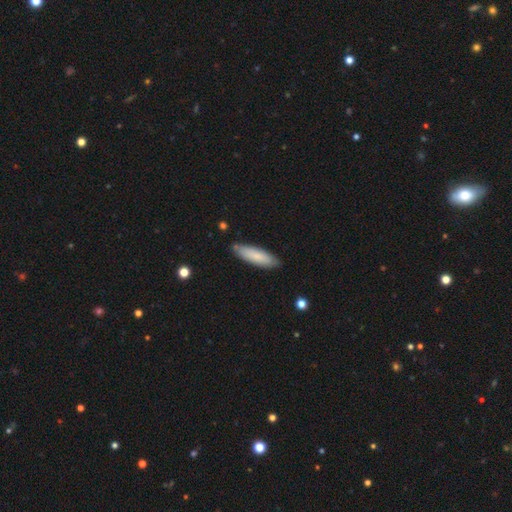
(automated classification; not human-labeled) smooth 80%, featured or disk 15%, star or artifact 5%. Down the decision tree: how rounded — cigar-shaped (61%); merging — none (85%).